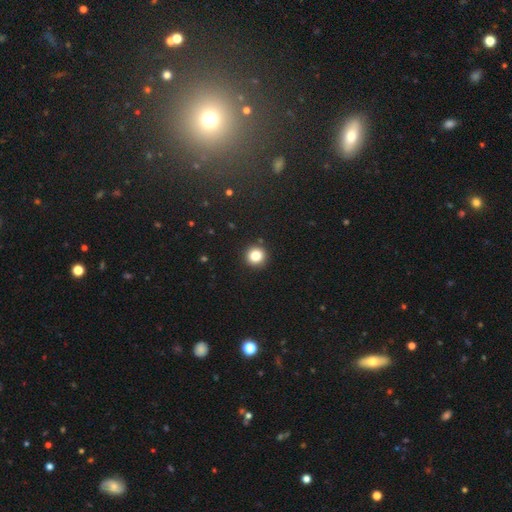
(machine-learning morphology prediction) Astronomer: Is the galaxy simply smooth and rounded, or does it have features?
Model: smooth — 83%.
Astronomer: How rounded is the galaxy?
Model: round — 94%.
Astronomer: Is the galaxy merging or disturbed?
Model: none — 92%.